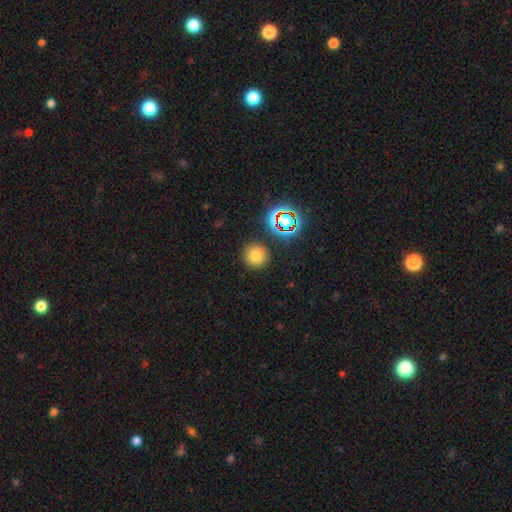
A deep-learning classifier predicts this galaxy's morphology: smooth_or_featured: smooth (p=0.73) [alt: star or artifact p=0.19]
how_rounded: round (p=0.94) [alt: in between p=0.05]
merging: none (p=0.88) [alt: minor disturbance p=0.07]